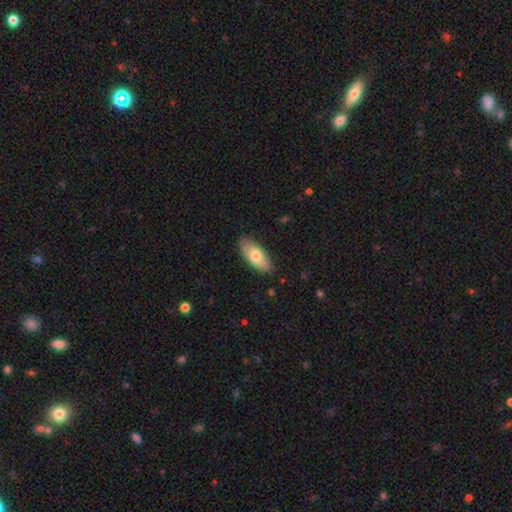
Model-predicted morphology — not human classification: A smooth galaxy with no disk features (74%) that is in between round and cigar-shaped (85%). Merging: none (84%).